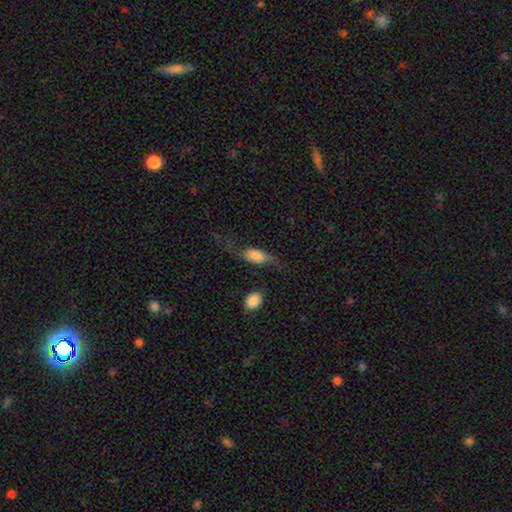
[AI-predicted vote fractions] A smooth galaxy with no disk features (54%) that is in between round and cigar-shaped (79%). Merging: none (42%).